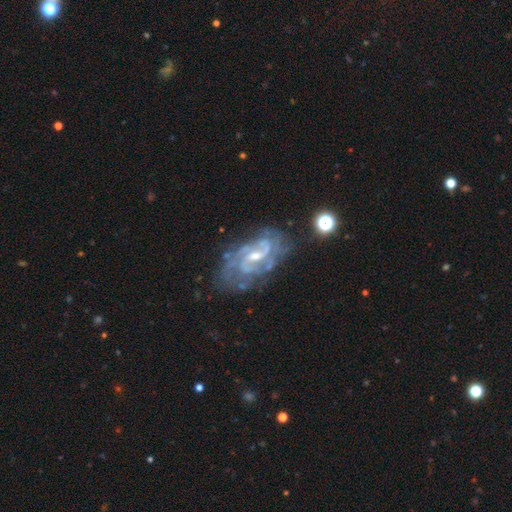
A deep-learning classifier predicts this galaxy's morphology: Smooth or featured? featured or disk (87%)
Edge-on disk? no (96%)
Bar? weak (52%)
Spiral arms? yes (95%)
Spiral winding? tight (46%)
Spiral arm count? 2 (47%)
Bulge size? small (52%)
Merging? none (69%)